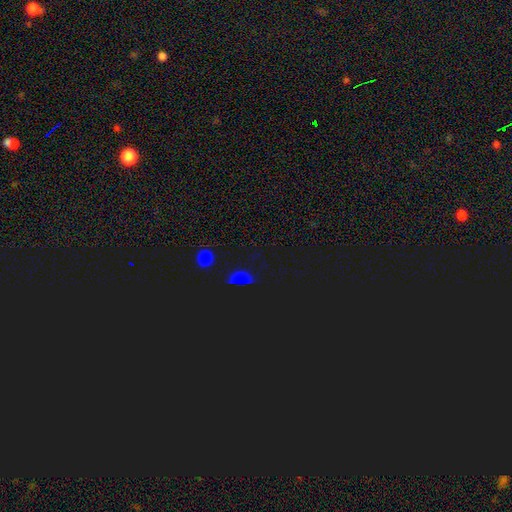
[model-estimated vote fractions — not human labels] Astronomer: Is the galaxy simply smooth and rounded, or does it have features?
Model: star or artifact — 61%.